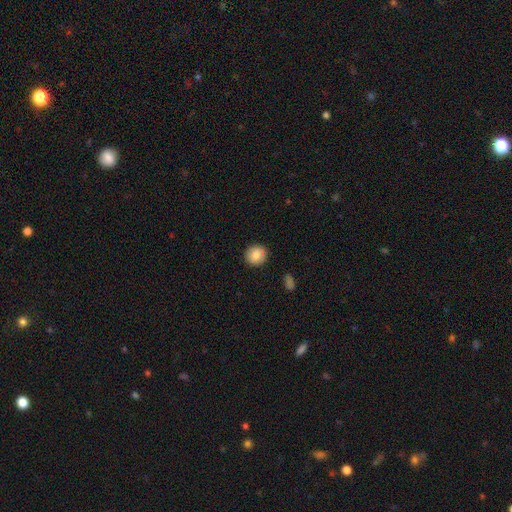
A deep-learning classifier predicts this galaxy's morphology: Smooth or featured?
  - smooth: 83% *
  - featured or disk: 9%
  - star or artifact: 8%
How rounded?
  - round: 90% *
  - in between: 9%
  - cigar-shaped: 1%
Merging?
  - none: 90% *
  - minor disturbance: 7%
  - major disturbance: 2%
  - merger: 1%